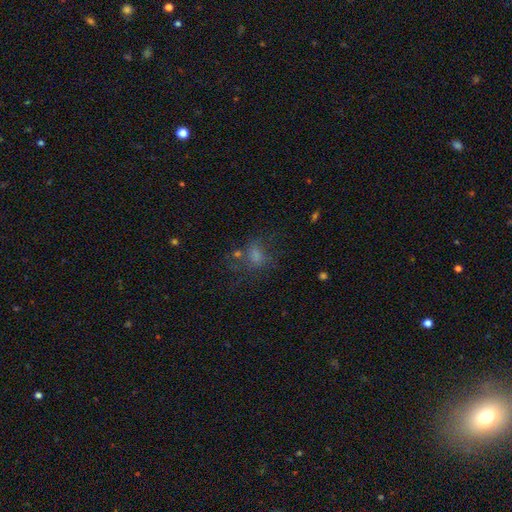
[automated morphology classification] type=smooth (59%); roundness=round (50%); merging=none (44%).